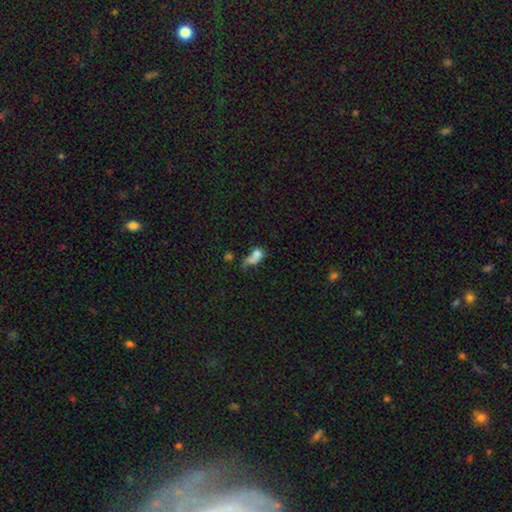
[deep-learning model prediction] smooth-or-featured: smooth: 66% | featured or disk: 19% | star or artifact: 15%
  how-rounded: in between: 66% | round: 25% | cigar-shaped: 10%
  merging: merger: 37% | major disturbance: 27% | none: 20% | minor disturbance: 15%